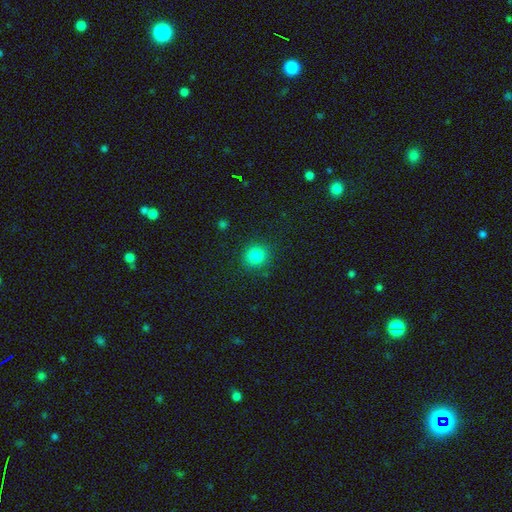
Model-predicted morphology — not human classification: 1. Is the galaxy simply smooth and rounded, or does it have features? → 83% smooth, 12% star or artifact, 5% featured or disk.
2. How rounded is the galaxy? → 88% round, 11% in between, 1% cigar-shaped.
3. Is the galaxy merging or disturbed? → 89% none, 7% minor disturbance, 3% major disturbance, 1% merger.